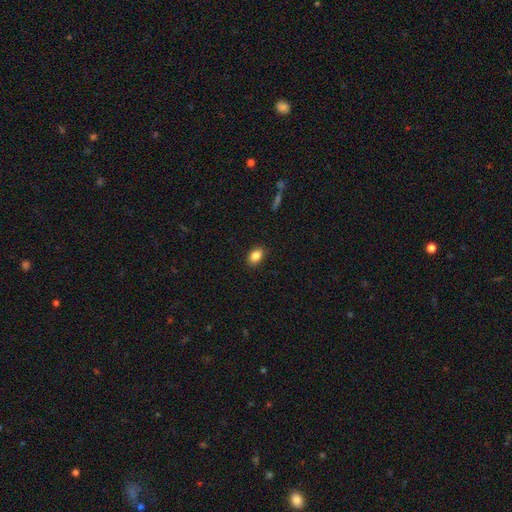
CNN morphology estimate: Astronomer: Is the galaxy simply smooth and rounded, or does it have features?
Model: smooth — 86%.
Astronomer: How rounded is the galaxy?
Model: in between — 81%.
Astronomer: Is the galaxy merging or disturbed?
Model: none — 88%.